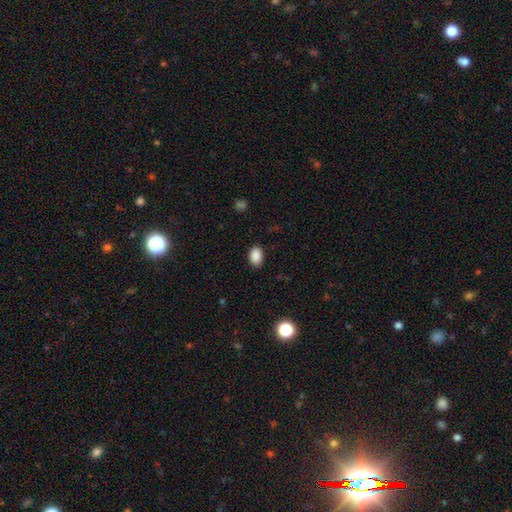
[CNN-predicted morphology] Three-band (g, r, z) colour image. It shows a smooth galaxy with no disk features (89%) that is in between round and cigar-shaped (82%). Merging: none (87%).